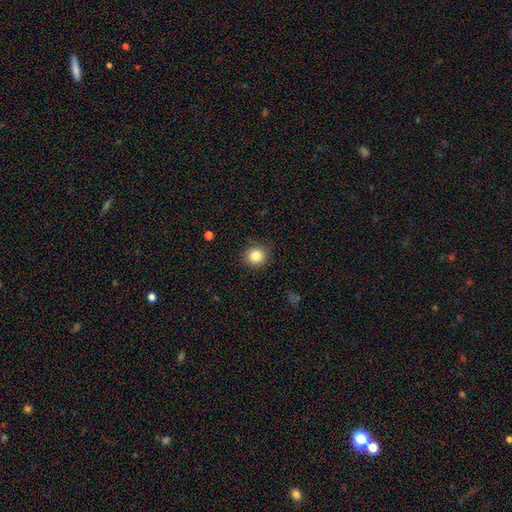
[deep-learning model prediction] Smooth or featured? Predicted: smooth (p=0.84). How rounded? Predicted: round (p=0.92). Merging? Predicted: none (p=0.86).